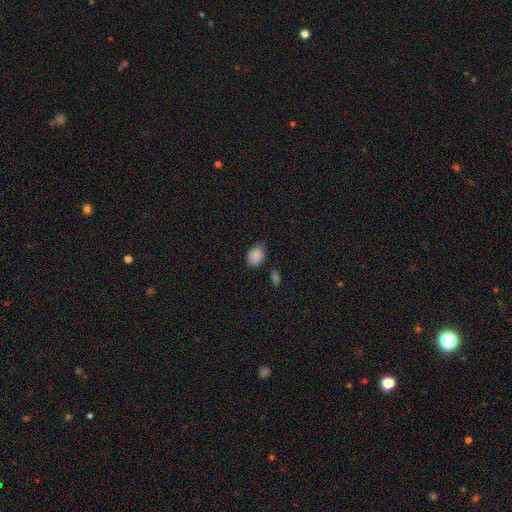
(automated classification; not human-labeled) smooth 86%, star or artifact 8%, featured or disk 5%. Down the decision tree: how rounded — in between (77%); merging — none (61%).